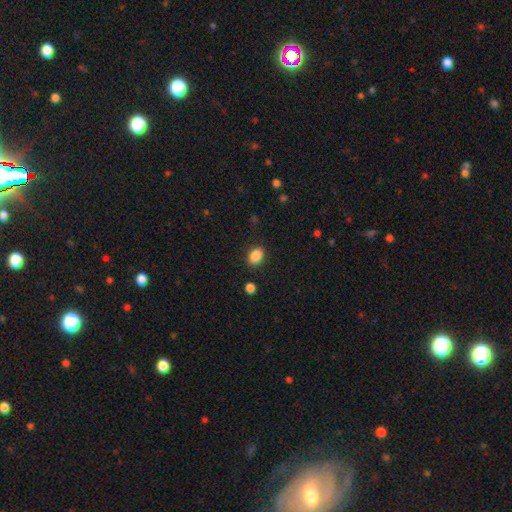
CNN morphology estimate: Smooth or featured?
  - smooth: 87% *
  - star or artifact: 9%
  - featured or disk: 3%
How rounded?
  - in between: 77% *
  - round: 22%
  - cigar-shaped: 1%
Merging?
  - none: 86% *
  - minor disturbance: 10%
  - major disturbance: 3%
  - merger: 2%